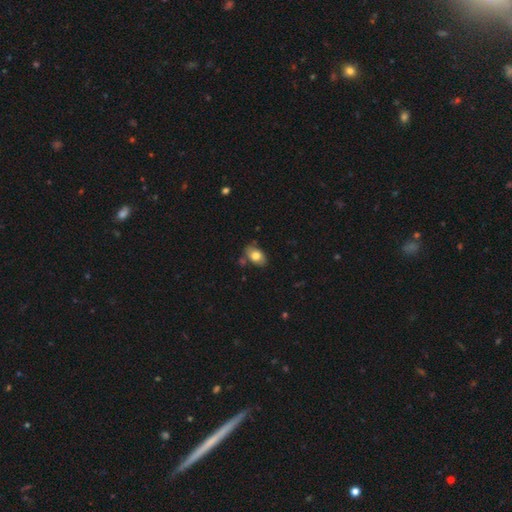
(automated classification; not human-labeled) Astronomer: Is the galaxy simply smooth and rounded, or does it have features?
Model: smooth — 77%.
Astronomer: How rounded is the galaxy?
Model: in between — 86%.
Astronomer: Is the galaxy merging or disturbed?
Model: none — 69%.